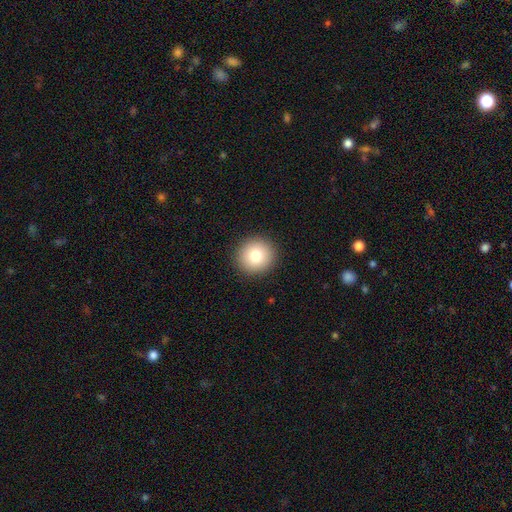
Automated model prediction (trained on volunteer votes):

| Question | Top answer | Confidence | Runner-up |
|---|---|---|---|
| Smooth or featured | smooth | 79% | featured or disk (11%) |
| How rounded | round | 93% | in between (6%) |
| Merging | none | 92% | minor disturbance (5%) |